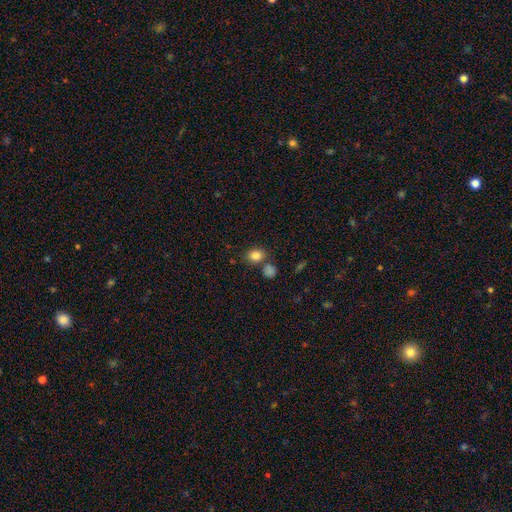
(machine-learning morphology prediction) type=smooth (82%); roundness=round (53%); merging=none (69%).